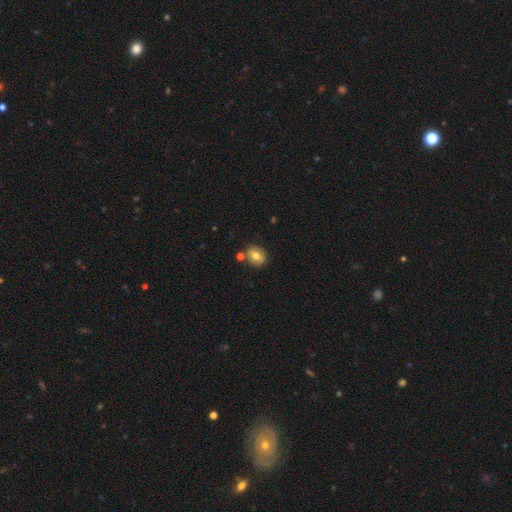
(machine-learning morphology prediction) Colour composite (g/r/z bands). It shows a smooth galaxy with no disk features (74%) that is round (60%). Merging: none (76%).